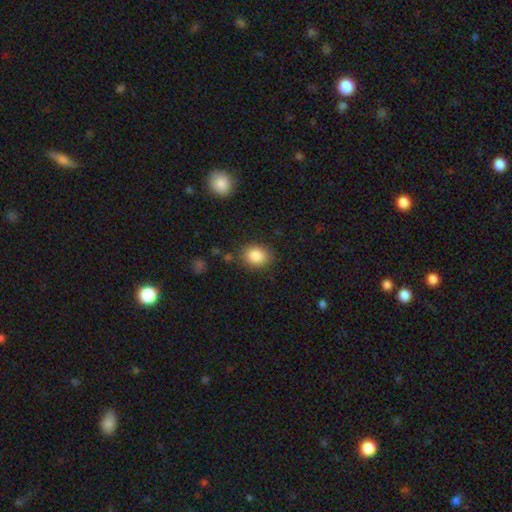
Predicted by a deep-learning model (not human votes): A smooth galaxy with no disk features (86%) that is in between round and cigar-shaped (52%). Merging: none (83%).